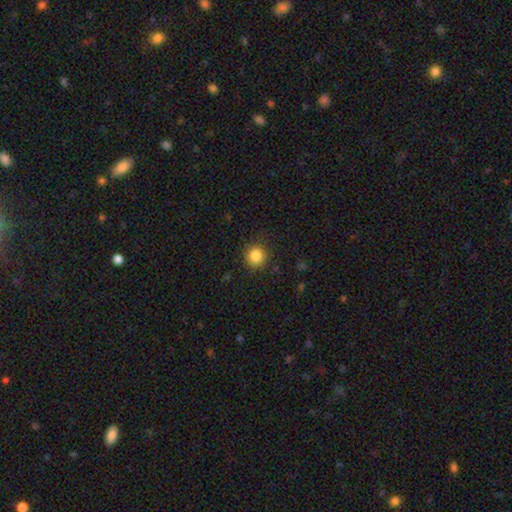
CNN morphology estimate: type=smooth (85%); roundness=round (94%); merging=none (89%).